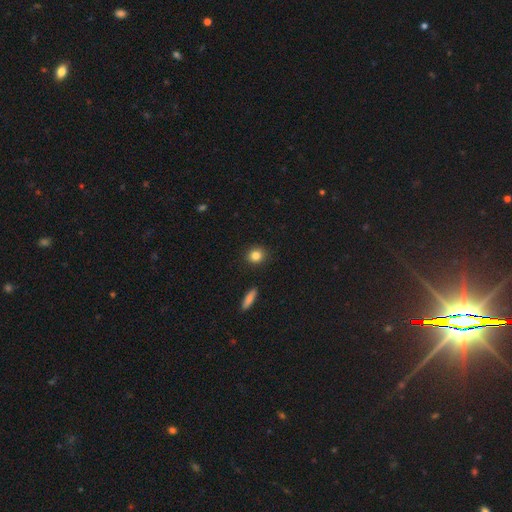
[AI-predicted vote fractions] Smooth or featured? smooth (84%)
How rounded? round (83%)
Merging? none (90%)